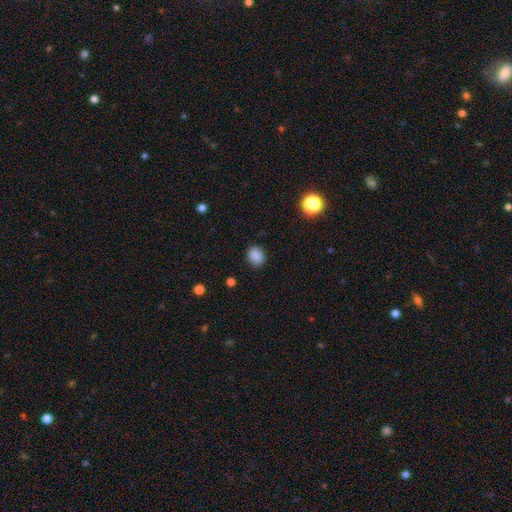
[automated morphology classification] Smooth or featured: smooth — 87% (star or artifact — 10%)
How rounded: in between — 54% (round — 45%)
Merging: none — 87% (minor disturbance — 9%)